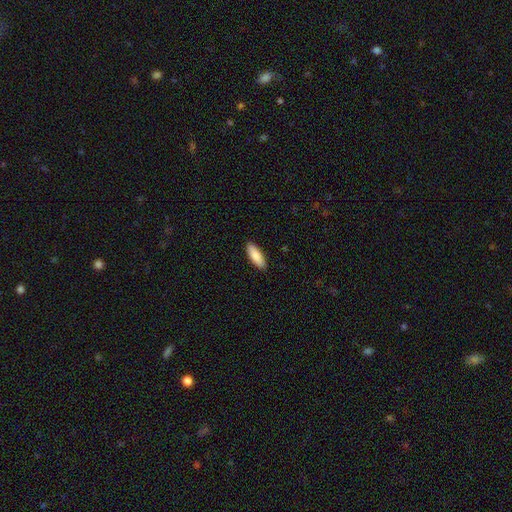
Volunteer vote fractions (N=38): This is clearly a smooth galaxy (87%). How rounded: likely in between (76%). Merging: clearly none (95%).